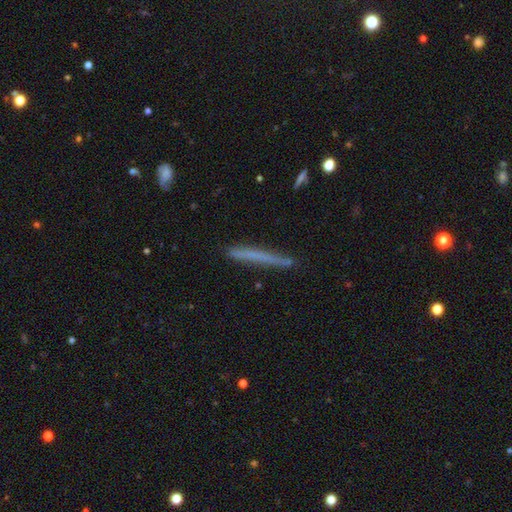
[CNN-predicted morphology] smooth_or_featured: smooth (p=0.58) [alt: featured or disk p=0.35]
how_rounded: cigar-shaped (p=0.97) [alt: in between p=0.02]
merging: none (p=0.84) [alt: minor disturbance p=0.12]